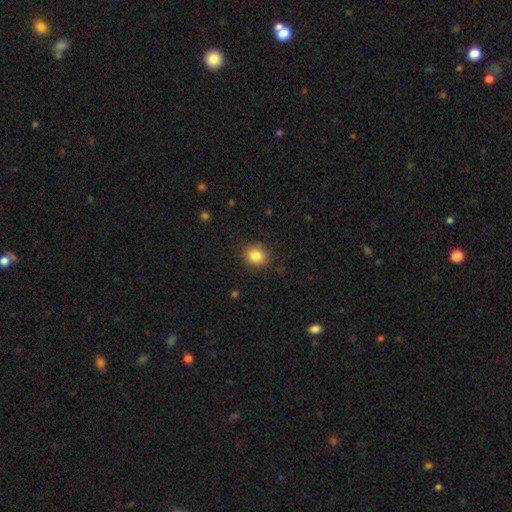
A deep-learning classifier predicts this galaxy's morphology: A smooth galaxy with no disk features (84%) that is round (76%). Merging: none (88%).